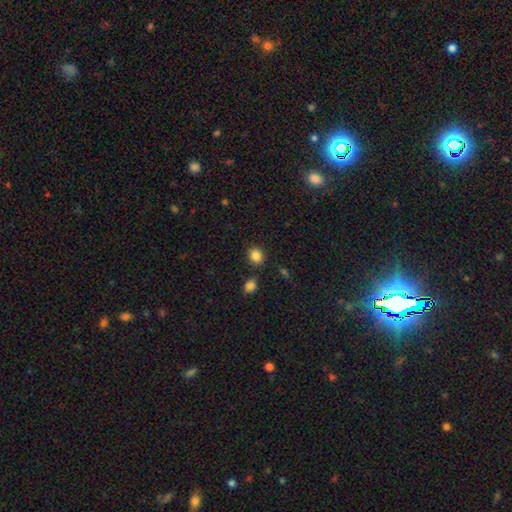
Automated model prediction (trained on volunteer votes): Morphology: type=smooth (85%); roundness=round (72%); merging=none (82%).